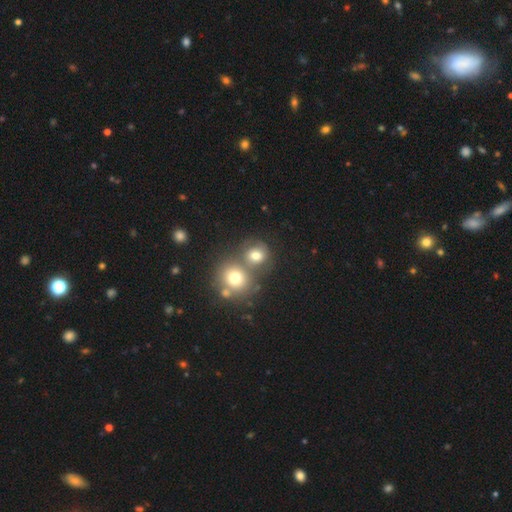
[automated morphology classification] Q: Smooth or featured?
A: smooth (71%); runner-up: featured or disk (16%)
Q: How rounded?
A: round (80%); runner-up: in between (19%)
Q: Merging?
A: merger (44%); runner-up: none (41%)